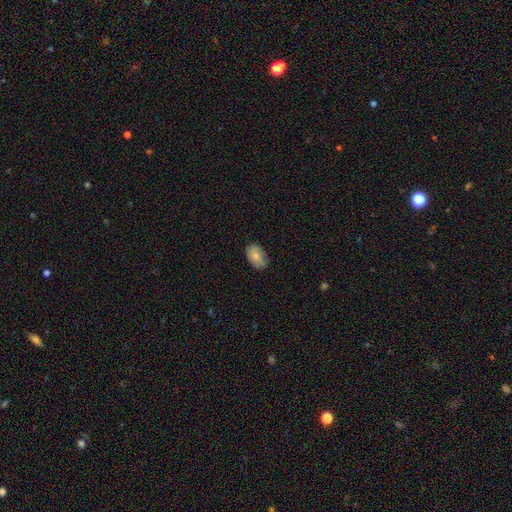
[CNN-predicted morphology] Smooth or featured: smooth — 78% (featured or disk — 16%)
How rounded: in between — 89% (round — 9%)
Merging: none — 82% (minor disturbance — 15%)